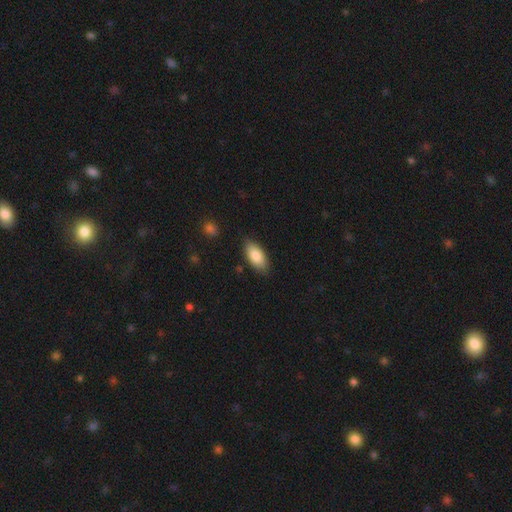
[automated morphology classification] type=smooth (84%); roundness=in between (90%); merging=none (81%).